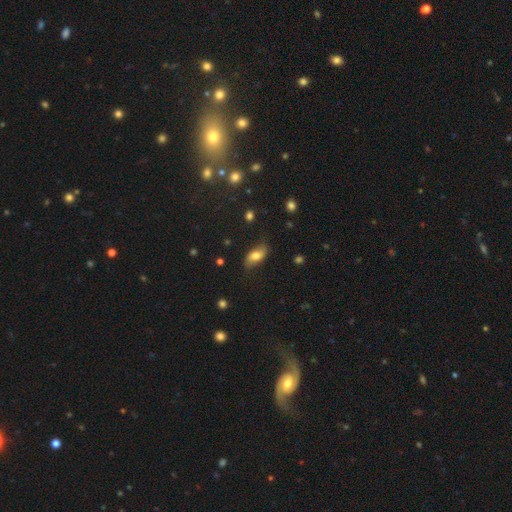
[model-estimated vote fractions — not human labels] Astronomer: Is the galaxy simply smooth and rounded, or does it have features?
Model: smooth — 69%.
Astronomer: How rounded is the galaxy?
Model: in between — 87%.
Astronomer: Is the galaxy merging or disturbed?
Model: none — 70%.